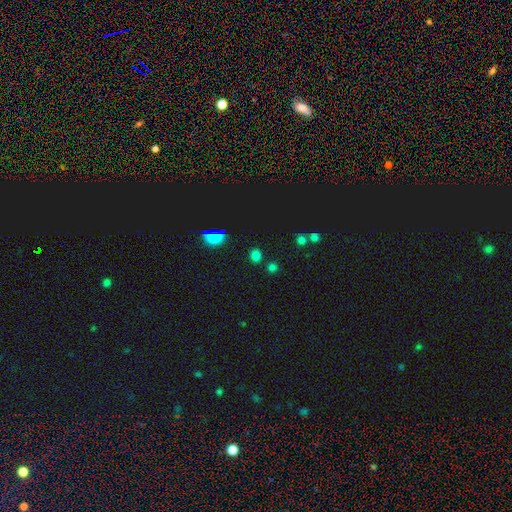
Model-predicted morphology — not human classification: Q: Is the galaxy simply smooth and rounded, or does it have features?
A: smooth — 65%.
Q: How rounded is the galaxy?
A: round — 69%.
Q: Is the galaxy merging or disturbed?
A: none — 82%.